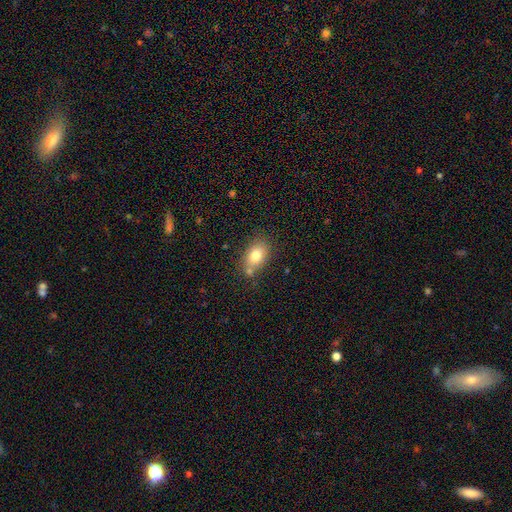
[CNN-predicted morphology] smooth_or_featured: smooth (p=0.78) [alt: featured or disk p=0.13]
how_rounded: in between (p=0.82) [alt: round p=0.16]
merging: none (p=0.67) [alt: minor disturbance p=0.16]